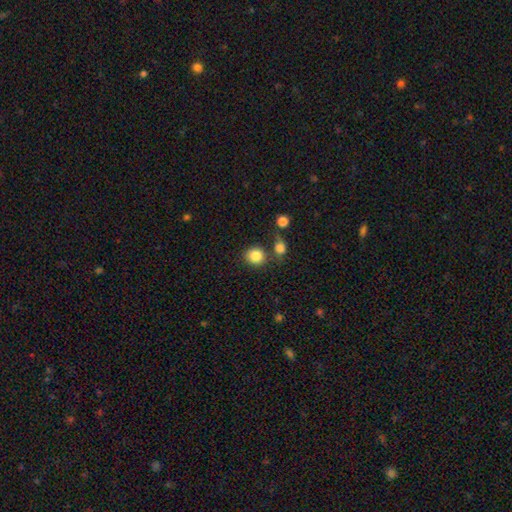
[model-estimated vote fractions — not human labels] Smooth or featured?
  - smooth: 85% *
  - star or artifact: 10%
  - featured or disk: 5%
How rounded?
  - round: 85% *
  - in between: 14%
  - cigar-shaped: 1%
Merging?
  - none: 71% *
  - merger: 14%
  - minor disturbance: 10%
  - major disturbance: 4%